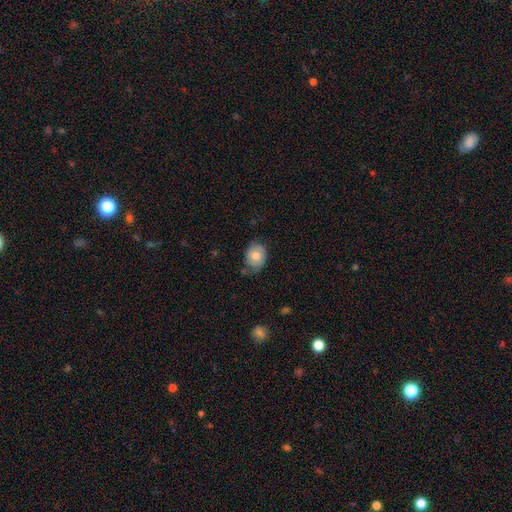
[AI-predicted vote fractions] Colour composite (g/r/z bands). It shows a smooth galaxy with no disk features (72%) that is in between round and cigar-shaped (51%). Merging: none (66%).